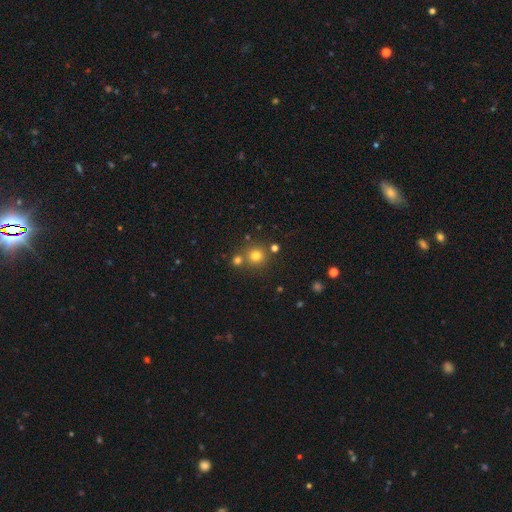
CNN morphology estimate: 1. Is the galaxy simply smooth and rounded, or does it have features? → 76% smooth, 16% star or artifact, 8% featured or disk.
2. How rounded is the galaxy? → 92% round, 7% in between, 1% cigar-shaped.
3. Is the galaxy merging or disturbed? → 71% none, 19% merger, 7% minor disturbance, 3% major disturbance.